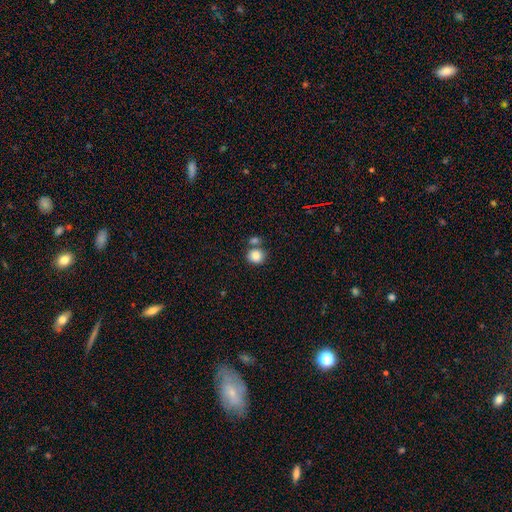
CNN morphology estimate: A smooth galaxy with no disk features (85%) that is round (84%).

Vote fractions:
- Smooth or featured? smooth: 85% / star or artifact: 9% / featured or disk: 6%
- How rounded? round: 84% / in between: 15% / cigar-shaped: 1%
- Merging? none: 62% / merger: 25% / minor disturbance: 10% / major disturbance: 3%